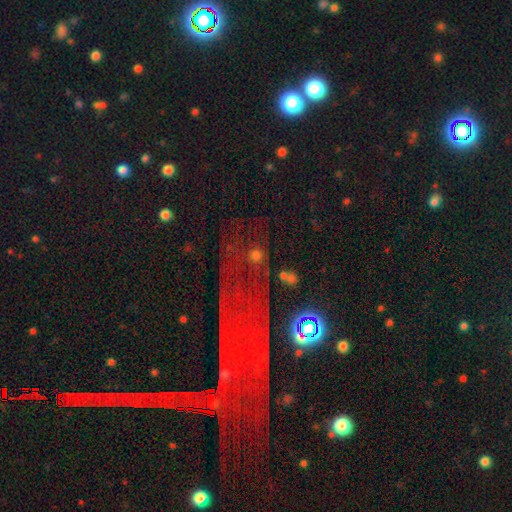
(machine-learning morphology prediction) Smooth or featured? star or artifact (54%)